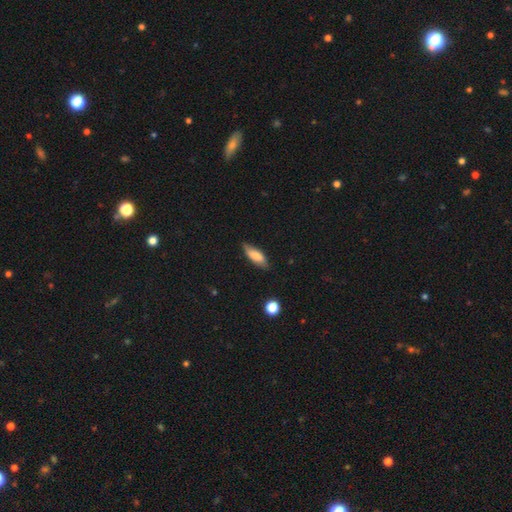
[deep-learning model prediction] Smooth or featured? Predicted: smooth (p=0.76). How rounded? Predicted: in between (p=0.63). Merging? Predicted: none (p=0.75).